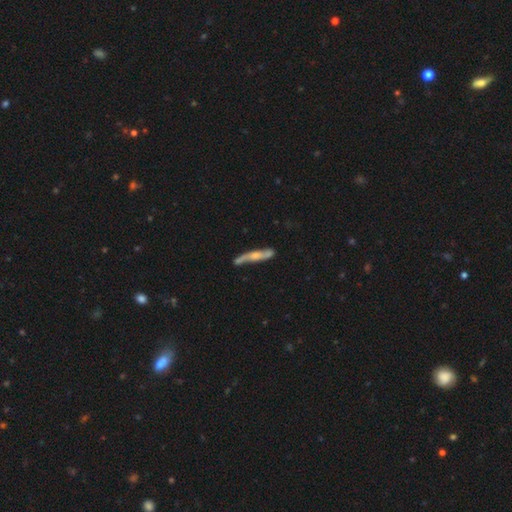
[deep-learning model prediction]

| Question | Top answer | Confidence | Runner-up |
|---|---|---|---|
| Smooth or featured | featured or disk | 61% | smooth (34%) |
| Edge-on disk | yes | 62% | no (38%) |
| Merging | none | 64% | minor disturbance (23%) |